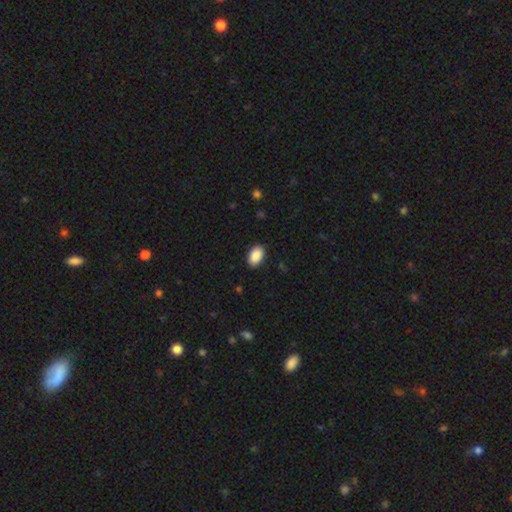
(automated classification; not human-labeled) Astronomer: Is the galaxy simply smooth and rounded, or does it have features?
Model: smooth — 90%.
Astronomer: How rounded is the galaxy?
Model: in between — 93%.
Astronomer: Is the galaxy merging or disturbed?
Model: none — 88%.